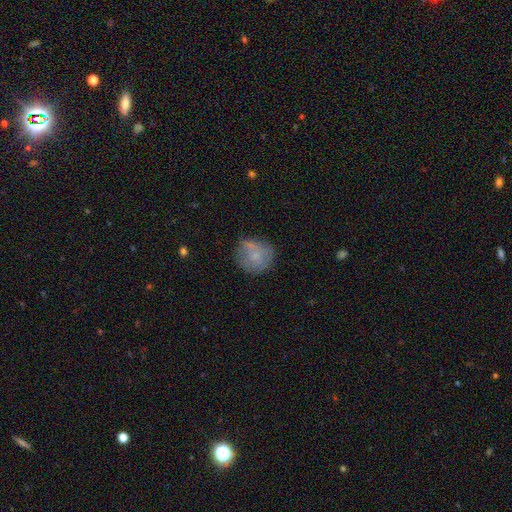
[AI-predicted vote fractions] Smooth or featured? Predicted: smooth (p=0.68). How rounded? Predicted: round (p=0.84). Merging? Predicted: none (p=0.60).